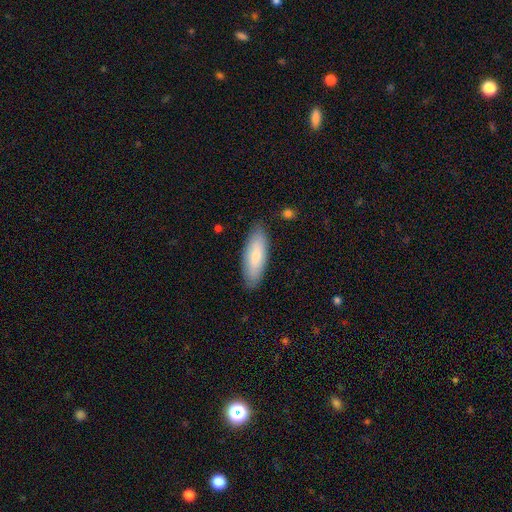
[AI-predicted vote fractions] This appears to be a smooth galaxy with no disk features (72%) that is in between round and cigar-shaped (65%). Merging: none (85%).